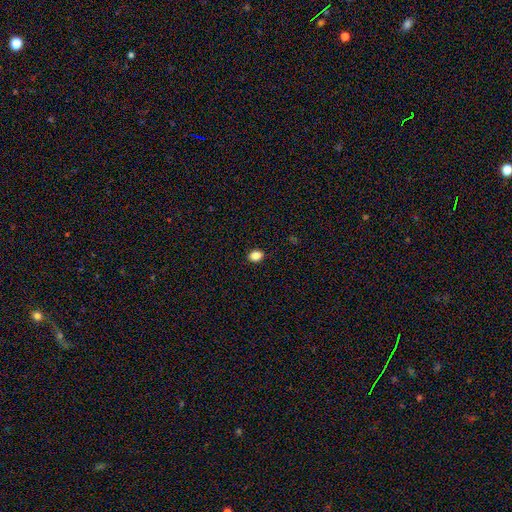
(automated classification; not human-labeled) Smooth or featured: smooth — 86% (star or artifact — 10%)
How rounded: in between — 67% (round — 32%)
Merging: none — 90% (minor disturbance — 8%)